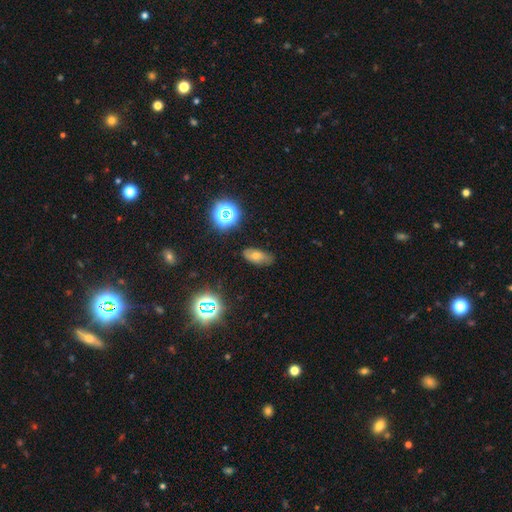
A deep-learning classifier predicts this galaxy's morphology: This is possibly a smooth galaxy (58%). How rounded: clearly in between (85%). Merging: likely none (76%).